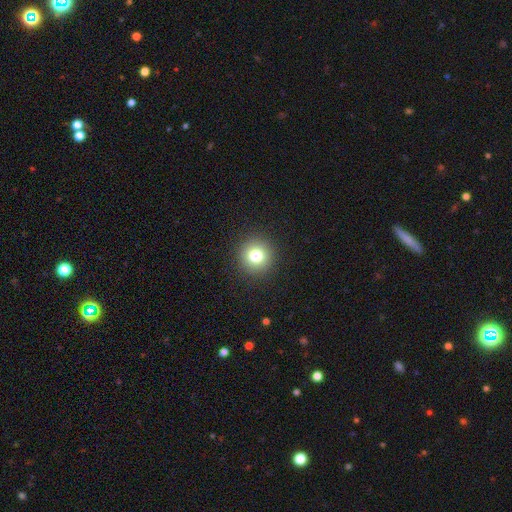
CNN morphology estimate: This is likely a smooth galaxy (78%). How rounded: clearly round (95%). Merging: clearly none (92%).